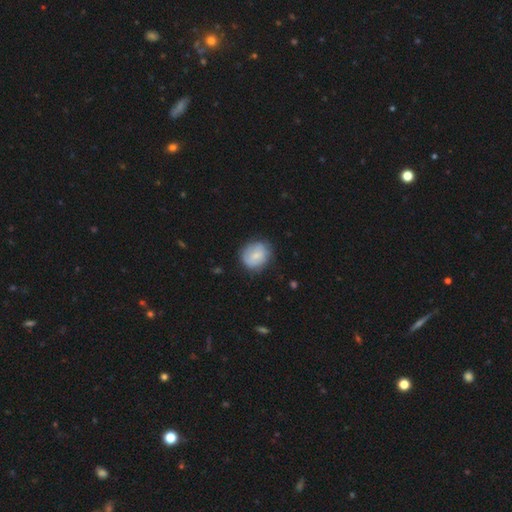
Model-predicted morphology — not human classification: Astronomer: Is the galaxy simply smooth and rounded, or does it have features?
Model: smooth — 67%.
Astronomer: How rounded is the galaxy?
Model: round — 73%.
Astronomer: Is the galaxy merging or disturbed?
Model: none — 73%.